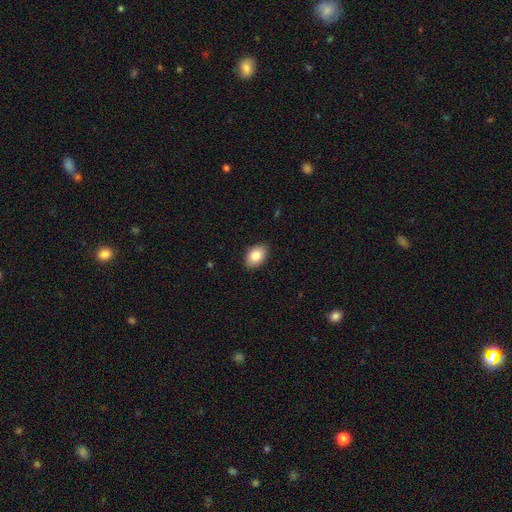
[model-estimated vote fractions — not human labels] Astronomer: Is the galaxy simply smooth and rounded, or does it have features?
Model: smooth — 83%.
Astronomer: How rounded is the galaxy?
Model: in between — 87%.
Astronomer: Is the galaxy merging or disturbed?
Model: none — 88%.